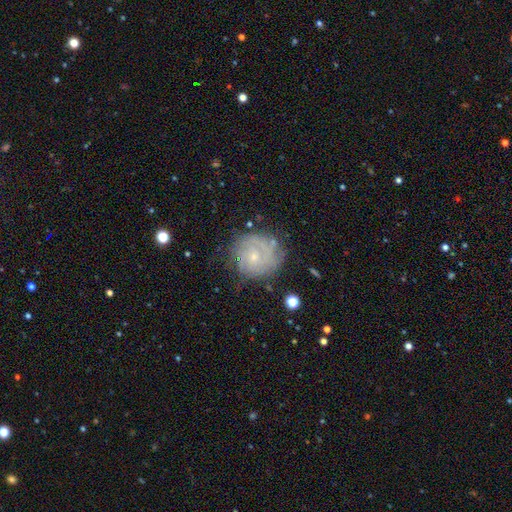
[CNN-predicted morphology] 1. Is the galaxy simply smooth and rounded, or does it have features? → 67% featured or disk, 25% smooth, 8% star or artifact.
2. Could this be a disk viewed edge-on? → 98% no, 2% yes.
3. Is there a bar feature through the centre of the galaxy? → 75% no, 22% weak, 3% strong.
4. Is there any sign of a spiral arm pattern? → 85% yes, 15% no.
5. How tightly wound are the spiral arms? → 69% tight, 23% medium, 8% loose.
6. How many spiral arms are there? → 49% can't tell, 20% 2, 14% 3, 7% 4, 6% 1, 5% more than 4.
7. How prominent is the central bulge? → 74% small, 20% moderate, 4% none, 1% large, 1% dominant.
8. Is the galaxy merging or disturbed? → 68% none, 21% minor disturbance, 9% major disturbance, 3% merger.